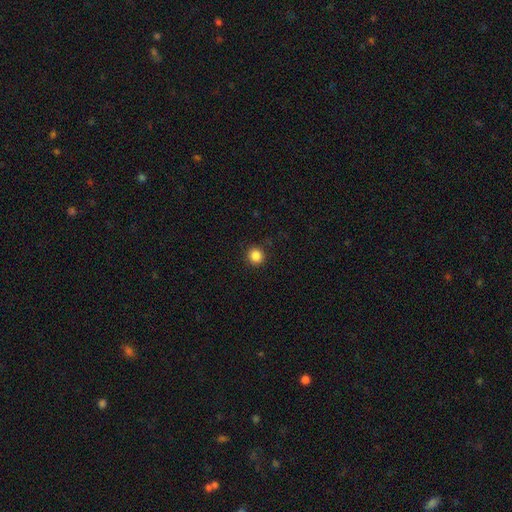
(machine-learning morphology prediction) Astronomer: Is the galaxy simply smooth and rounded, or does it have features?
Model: smooth — 86%.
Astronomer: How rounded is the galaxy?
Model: round — 93%.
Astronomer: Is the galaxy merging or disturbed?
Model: none — 91%.